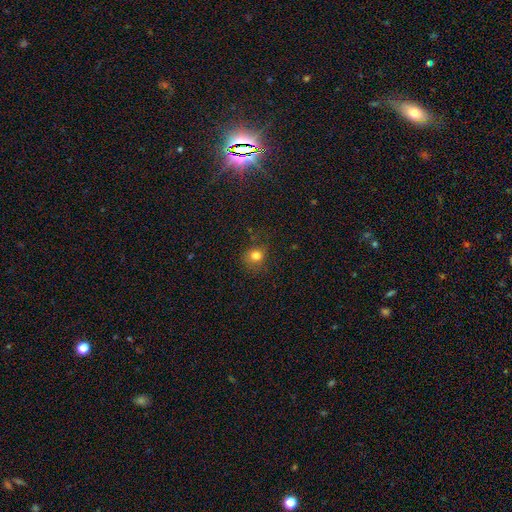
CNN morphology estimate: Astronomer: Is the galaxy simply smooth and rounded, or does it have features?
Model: smooth — 78%.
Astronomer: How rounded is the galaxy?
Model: round — 77%.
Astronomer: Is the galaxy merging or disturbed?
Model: none — 73%.